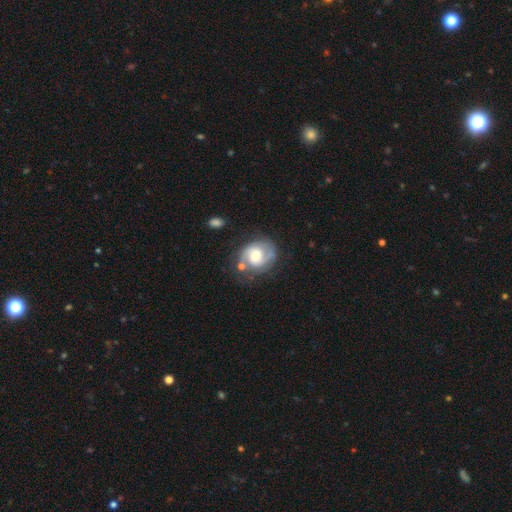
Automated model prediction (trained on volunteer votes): Smooth or featured: featured or disk — 76% (smooth — 18%)
Edge-on disk: no — 98% (yes — 2%)
Bar: weak — 46% (no — 44%)
Spiral arms: yes — 92% (no — 8%)
Spiral winding: medium — 49% (tight — 35%)
Spiral arm count: 2 — 82% (can't tell — 9%)
Bulge size: moderate — 56% (small — 24%)
Merging: none — 62% (minor disturbance — 20%)